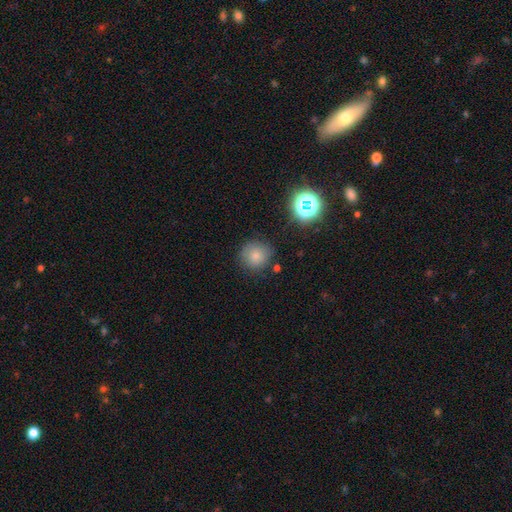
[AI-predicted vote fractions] Q: Smooth or featured?
A: smooth (77%); runner-up: star or artifact (14%)
Q: How rounded?
A: round (91%); runner-up: in between (8%)
Q: Merging?
A: none (81%); runner-up: minor disturbance (12%)